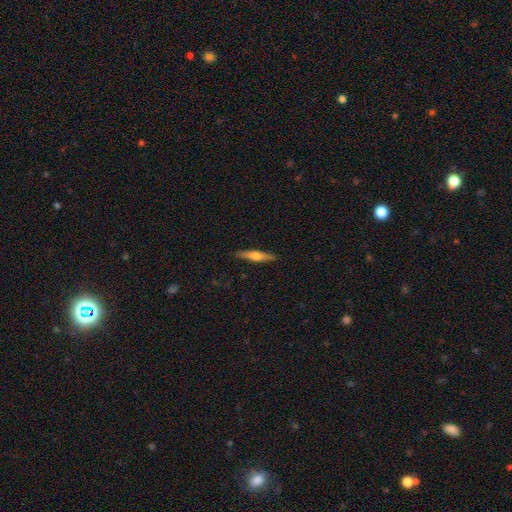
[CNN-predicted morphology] A smooth galaxy with no disk features (48%).

Vote fractions:
- Smooth or featured? smooth: 48% / featured or disk: 46% / star or artifact: 6%
- Merging? none: 88% / minor disturbance: 9% / major disturbance: 2% / merger: 1%